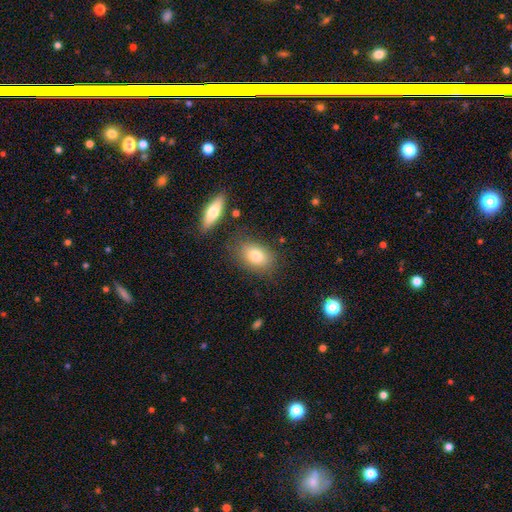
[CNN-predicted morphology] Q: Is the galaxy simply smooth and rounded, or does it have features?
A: smooth — 80%.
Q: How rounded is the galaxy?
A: in between — 82%.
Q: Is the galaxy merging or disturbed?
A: none — 76%.